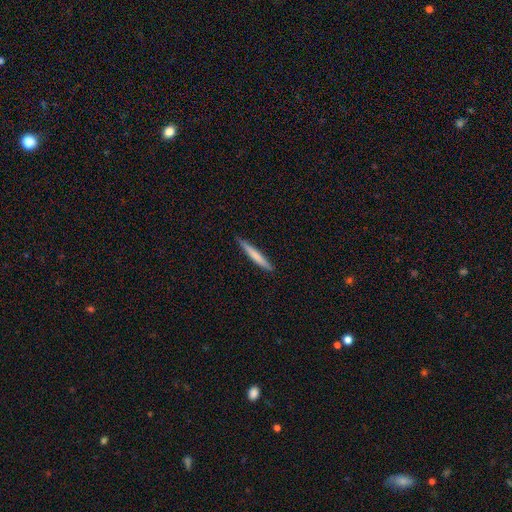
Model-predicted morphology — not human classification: smooth_or_featured: smooth (p=0.66) [alt: featured or disk p=0.29]
how_rounded: cigar-shaped (p=0.96) [alt: in between p=0.03]
merging: none (p=0.87) [alt: minor disturbance p=0.10]